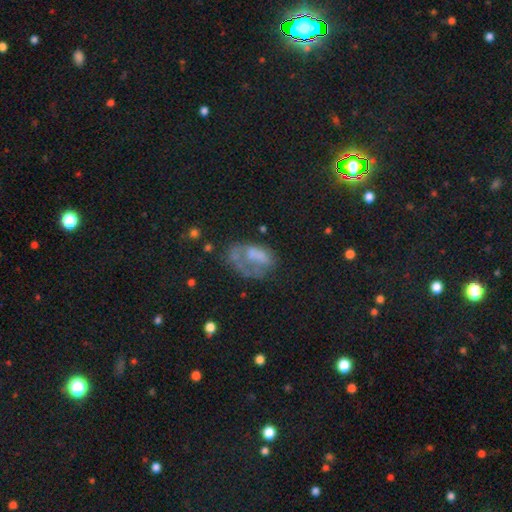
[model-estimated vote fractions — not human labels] Morphology: type=featured or disk (47%); merging=major disturbance (37%).